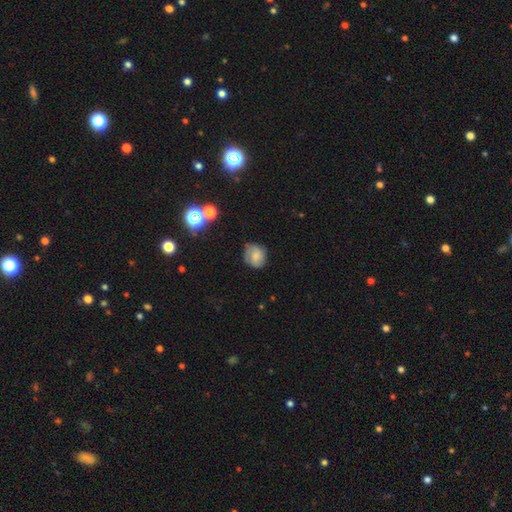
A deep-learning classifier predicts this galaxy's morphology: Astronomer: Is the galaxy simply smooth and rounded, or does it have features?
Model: smooth — 69%.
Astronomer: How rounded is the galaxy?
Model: round — 72%.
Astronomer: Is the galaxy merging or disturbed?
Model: none — 70%.